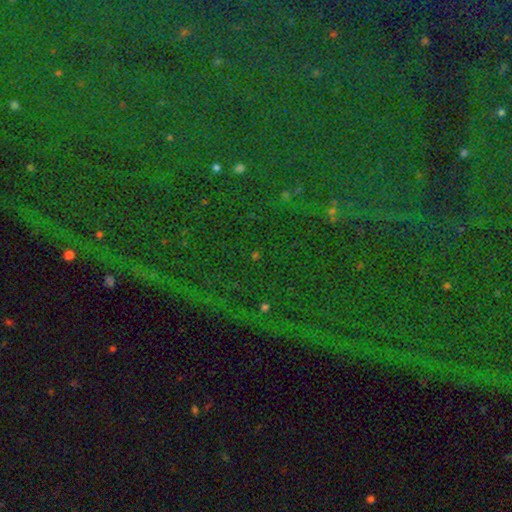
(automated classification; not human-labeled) star or artifact 75%, smooth 17%, featured or disk 9%.